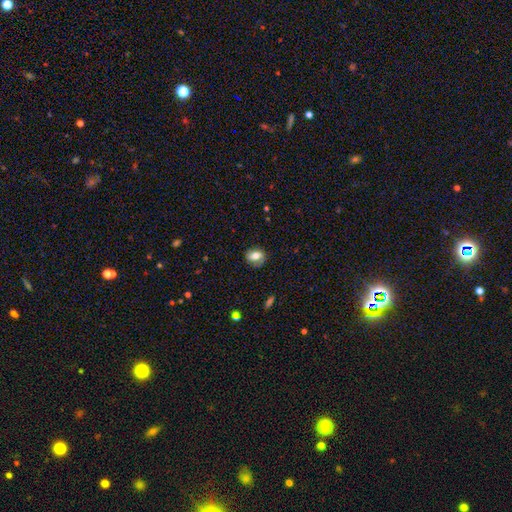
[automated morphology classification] This appears to be a smooth galaxy with no disk features (61%) that is in between round and cigar-shaped (60%). Merging: none (73%).